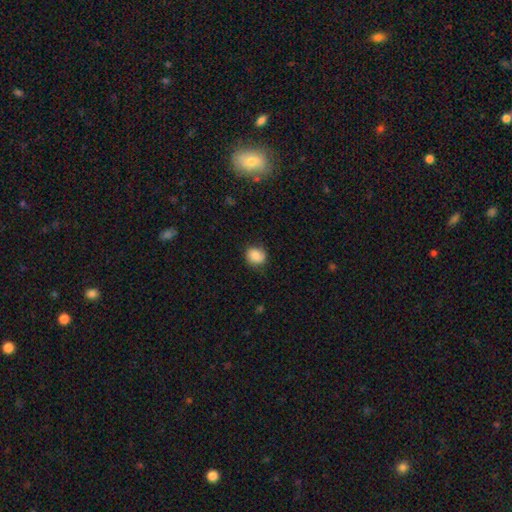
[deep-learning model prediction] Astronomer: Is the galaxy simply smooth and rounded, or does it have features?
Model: smooth — 82%.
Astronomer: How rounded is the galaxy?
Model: round — 70%.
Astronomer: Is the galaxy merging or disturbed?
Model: none — 75%.